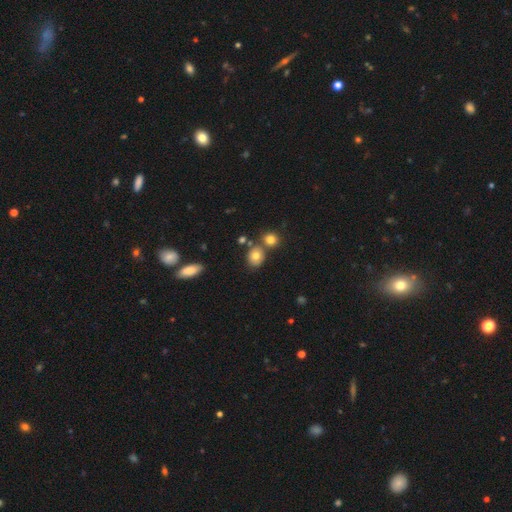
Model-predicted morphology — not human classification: Overall: smooth (77%). How rounded: round (55%; in between 44%). Merging: none (69%).